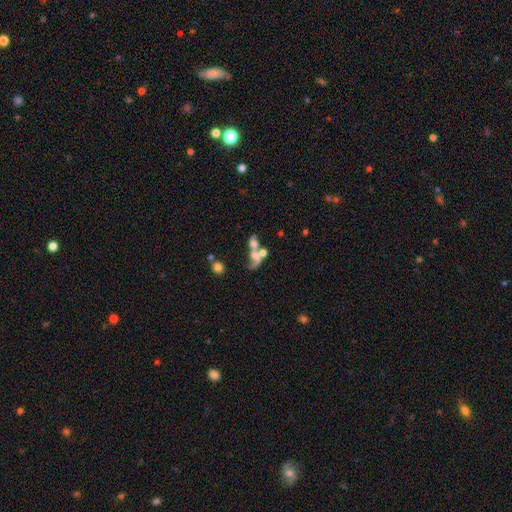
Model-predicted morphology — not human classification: smooth-or-featured: featured or disk: 48% | smooth: 37% | star or artifact: 15%
  merging: merger: 58% | major disturbance: 18% | none: 16% | minor disturbance: 8%